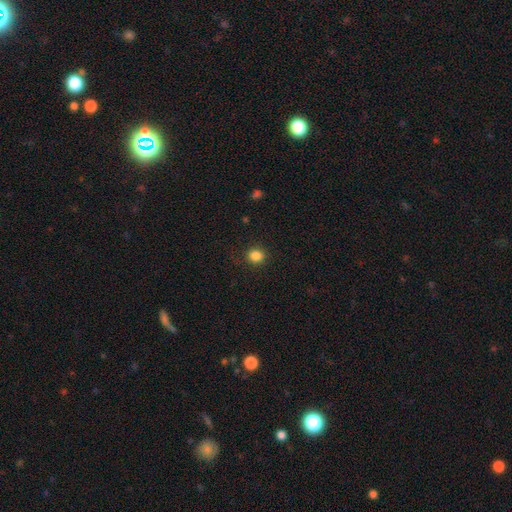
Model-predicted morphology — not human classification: A smooth galaxy with no disk features (85%) that is round (84%). Merging: none (88%).